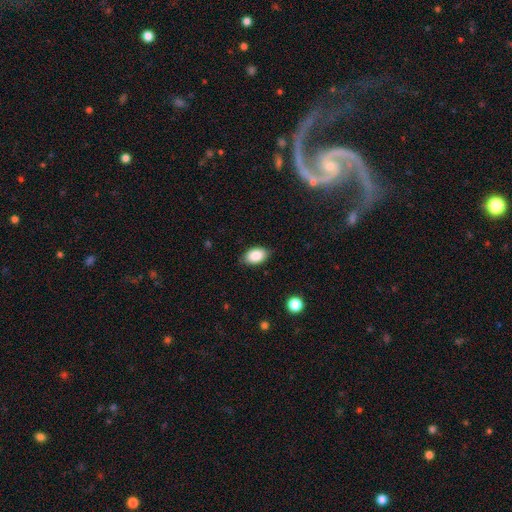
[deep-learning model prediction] Q: Smooth or featured?
A: smooth (86%); runner-up: star or artifact (7%)
Q: How rounded?
A: in between (89%); runner-up: round (9%)
Q: Merging?
A: none (83%); runner-up: minor disturbance (13%)